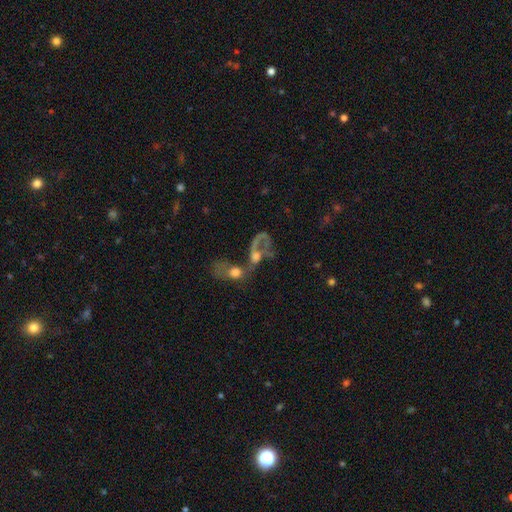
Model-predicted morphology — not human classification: A featured or disk galaxy (49%).

Vote fractions:
- Smooth or featured? featured or disk: 49% / smooth: 38% / star or artifact: 13%
- Merging? merger: 68% / major disturbance: 19% / none: 9% / minor disturbance: 5%